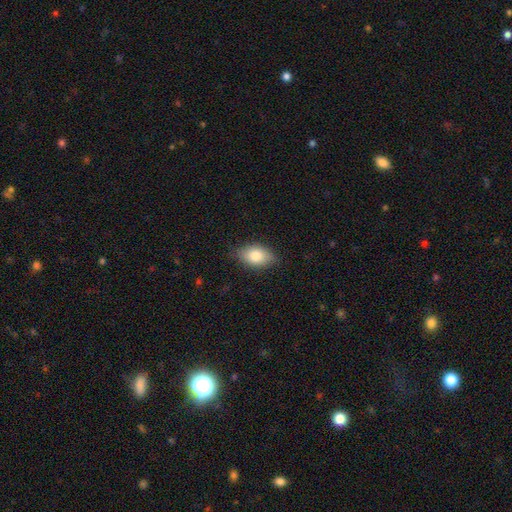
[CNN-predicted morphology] Smooth or featured?
  - smooth: 81% *
  - featured or disk: 12%
  - star or artifact: 7%
How rounded?
  - in between: 88% *
  - round: 10%
  - cigar-shaped: 2%
Merging?
  - none: 80% *
  - minor disturbance: 16%
  - major disturbance: 3%
  - merger: 1%